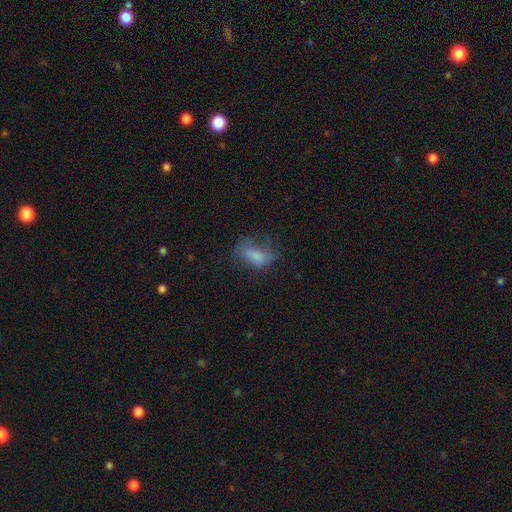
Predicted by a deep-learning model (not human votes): Smooth or featured?
  - smooth: 64% *
  - featured or disk: 24%
  - star or artifact: 12%
How rounded?
  - in between: 84% *
  - cigar-shaped: 8%
  - round: 8%
Merging?
  - none: 36% *
  - major disturbance: 34%
  - minor disturbance: 27%
  - merger: 3%